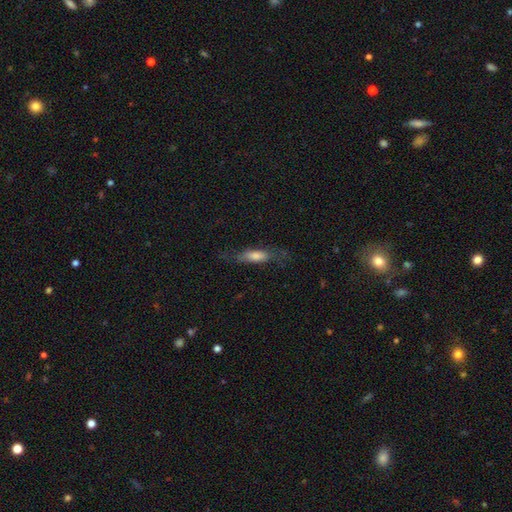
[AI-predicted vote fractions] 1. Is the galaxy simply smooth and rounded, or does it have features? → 50% smooth, 41% featured or disk, 9% star or artifact.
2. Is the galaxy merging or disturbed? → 65% none, 20% minor disturbance, 13% major disturbance, 2% merger.